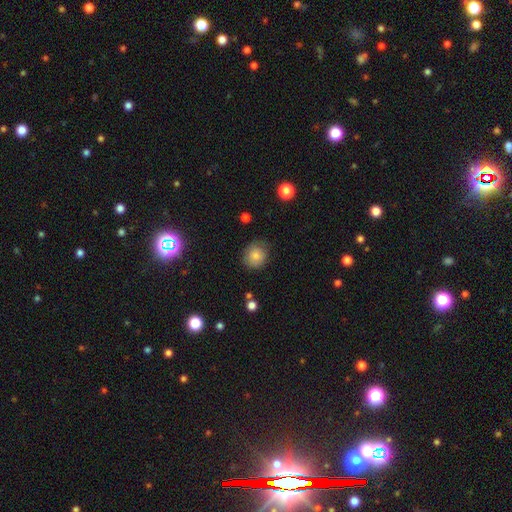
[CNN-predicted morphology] A smooth galaxy with no disk features (79%) that is round (81%). Merging: none (73%).